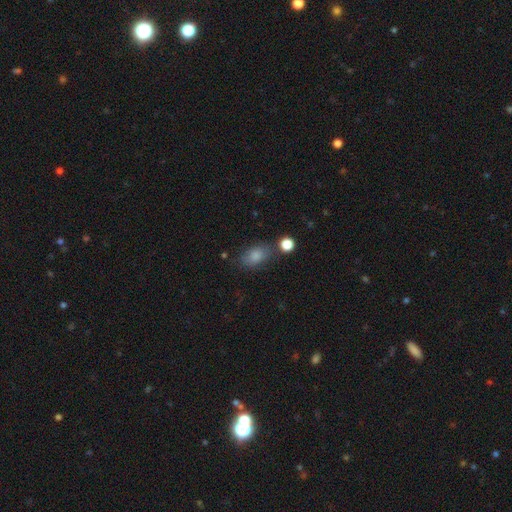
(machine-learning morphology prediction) A smooth galaxy with no disk features (83%) that is in between round and cigar-shaped (82%). Merging: none (68%).